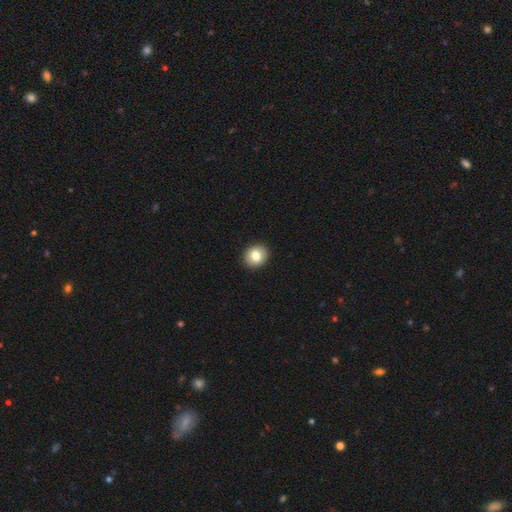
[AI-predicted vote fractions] Overall: smooth (81%). How rounded: round (72%). Merging: none (92%).